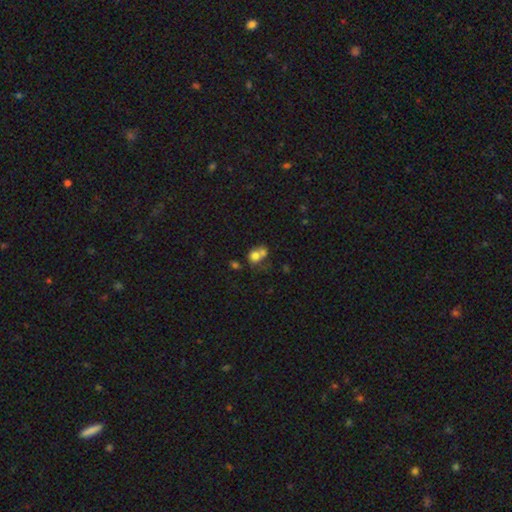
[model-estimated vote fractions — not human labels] This is likely a smooth galaxy (71%). How rounded: likely round (63%). Merging: possibly merger (53%).